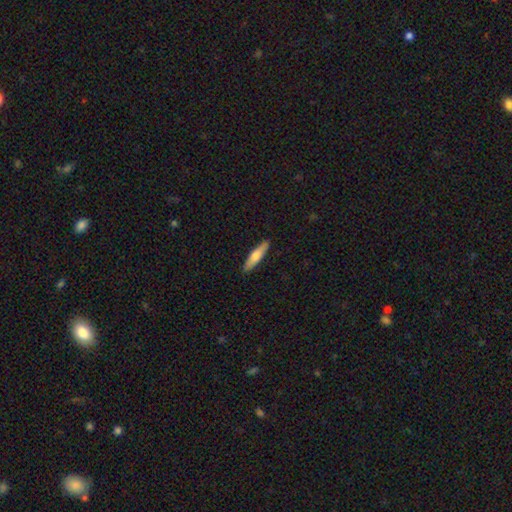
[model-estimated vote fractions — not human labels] Q: Smooth or featured?
A: smooth (63%); runner-up: featured or disk (32%)
Q: How rounded?
A: cigar-shaped (81%); runner-up: in between (17%)
Q: Merging?
A: none (91%); runner-up: minor disturbance (7%)